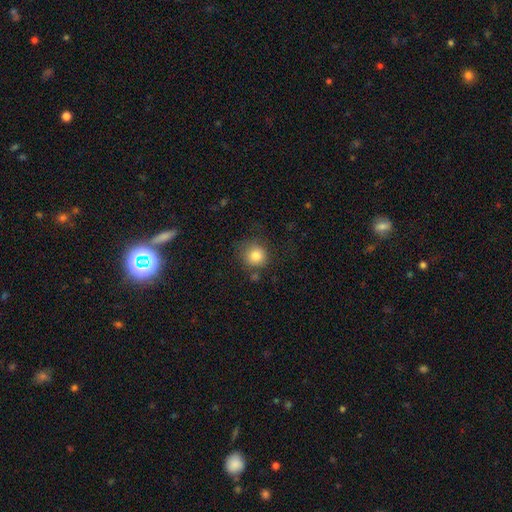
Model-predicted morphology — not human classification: A smooth galaxy with no disk features (82%) that is round (91%). Merging: none (73%).